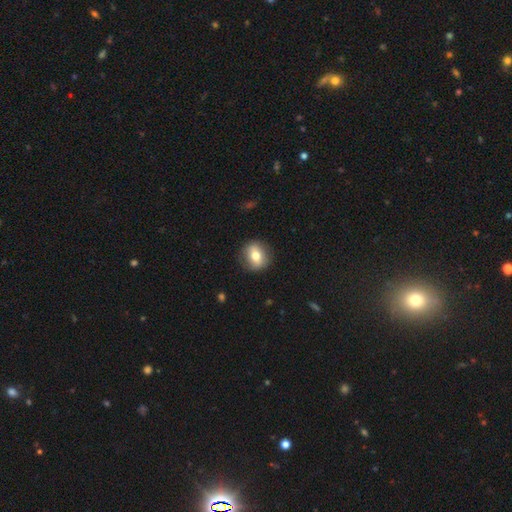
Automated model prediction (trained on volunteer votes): A smooth galaxy with no disk features (66%) that is round (73%). Merging: none (86%).